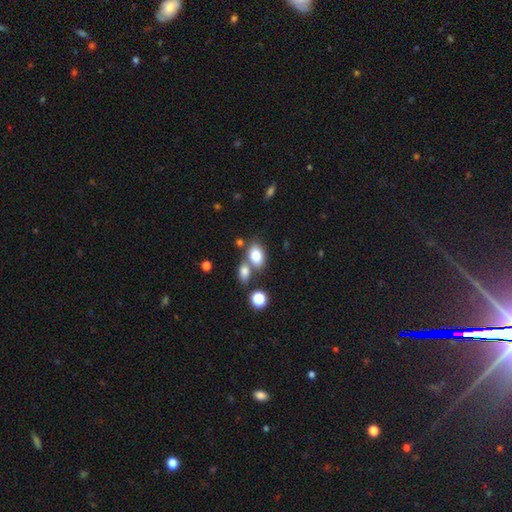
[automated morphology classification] This appears to be a smooth galaxy with no disk features (80%) that is in between round and cigar-shaped (81%). Merging: none (53%).